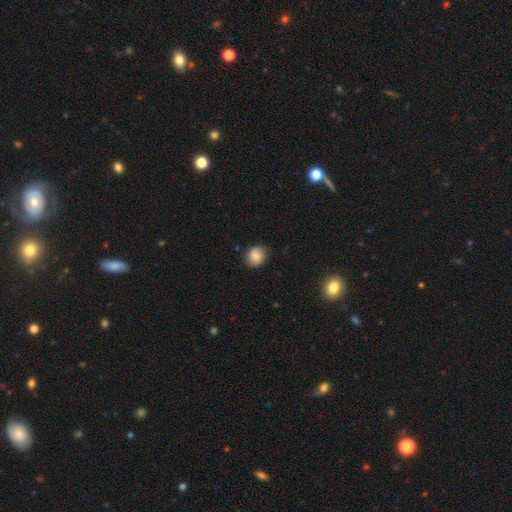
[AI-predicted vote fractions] smooth-or-featured: smooth: 80% | featured or disk: 11% | star or artifact: 9%
  how-rounded: round: 68% | in between: 31% | cigar-shaped: 1%
  merging: none: 80% | minor disturbance: 16% | major disturbance: 3% | merger: 1%